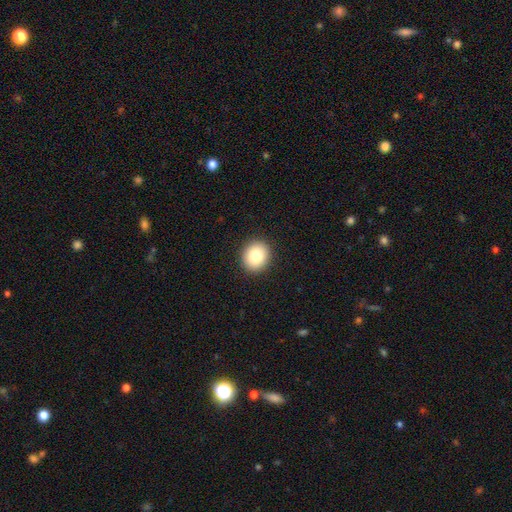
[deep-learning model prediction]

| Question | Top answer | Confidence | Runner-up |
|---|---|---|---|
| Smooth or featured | smooth | 85% | star or artifact (9%) |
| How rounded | round | 75% | in between (24%) |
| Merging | none | 92% | minor disturbance (6%) |